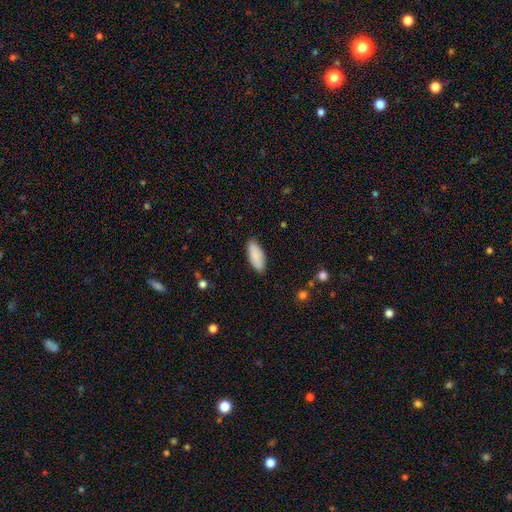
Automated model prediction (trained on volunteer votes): Overall: smooth (88%). How rounded: in between (85%). Merging: none (86%).